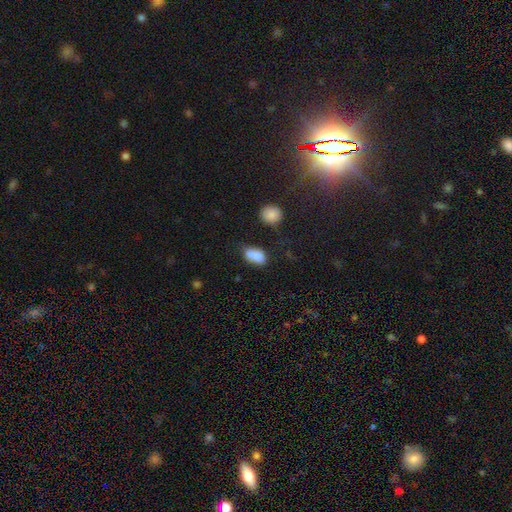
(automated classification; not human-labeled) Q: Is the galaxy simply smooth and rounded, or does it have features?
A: smooth — 78%.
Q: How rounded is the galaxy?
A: in between — 82%.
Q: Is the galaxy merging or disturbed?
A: none — 36%.